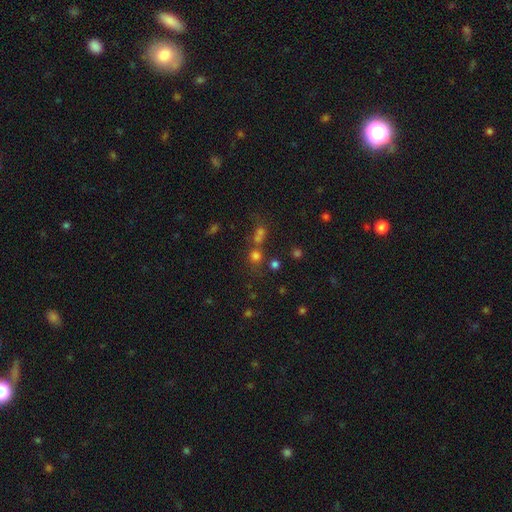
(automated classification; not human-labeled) A smooth galaxy with no disk features (64%) that is round (83%). Merging: none (52%).